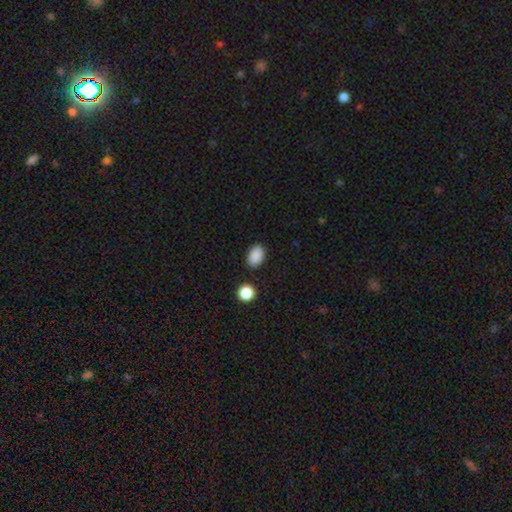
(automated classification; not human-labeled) This is clearly a smooth galaxy (89%). How rounded: clearly in between (86%). Merging: clearly none (87%).